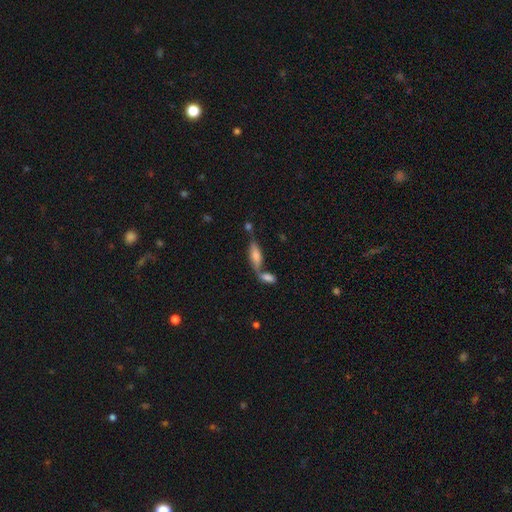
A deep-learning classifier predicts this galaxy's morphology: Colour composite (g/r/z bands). It shows a smooth galaxy with no disk features (56%) that is in between round and cigar-shaped (49%). Merging: none (48%).